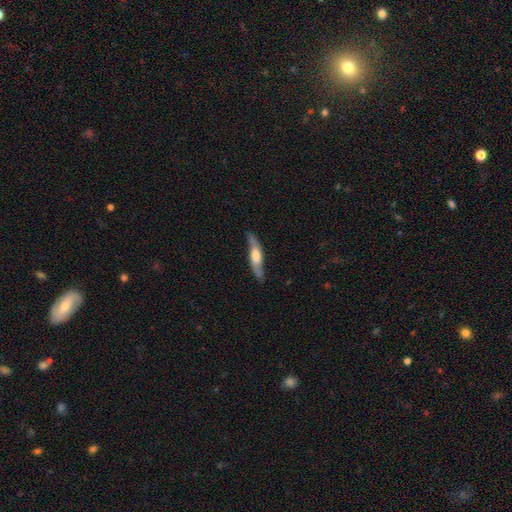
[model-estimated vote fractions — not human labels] Smooth or featured? featured or disk (54%)
Edge-on disk? yes (72%)
Merging? none (77%)